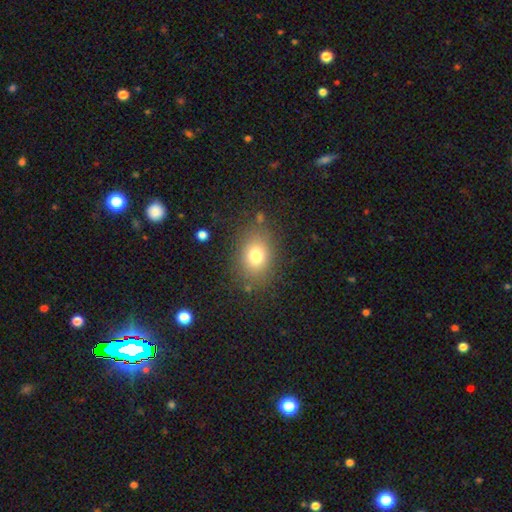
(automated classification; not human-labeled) Overall: smooth (75%). How rounded: in between (63%; round 35%). Merging: none (82%).